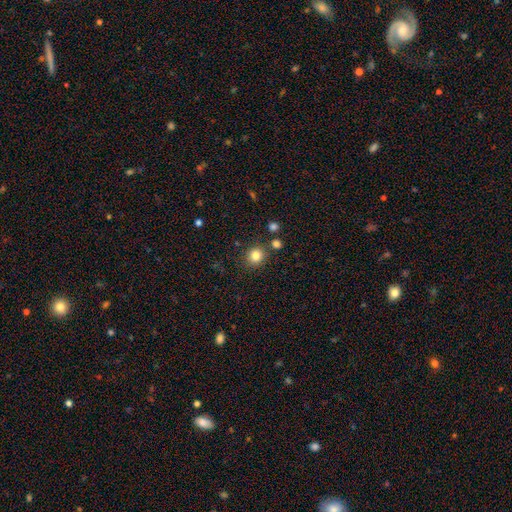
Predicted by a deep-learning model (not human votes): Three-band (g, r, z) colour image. It shows a smooth galaxy with no disk features (83%) that is round (85%). Merging: none (84%).